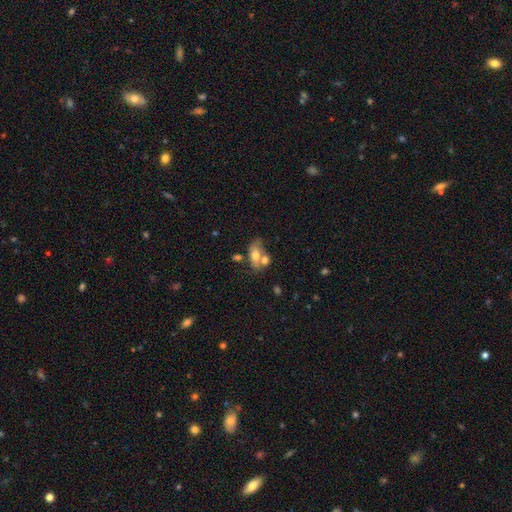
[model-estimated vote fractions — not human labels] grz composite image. It shows a smooth galaxy with no disk features (61%) that is in between round and cigar-shaped (83%). Merging: merger (42%).